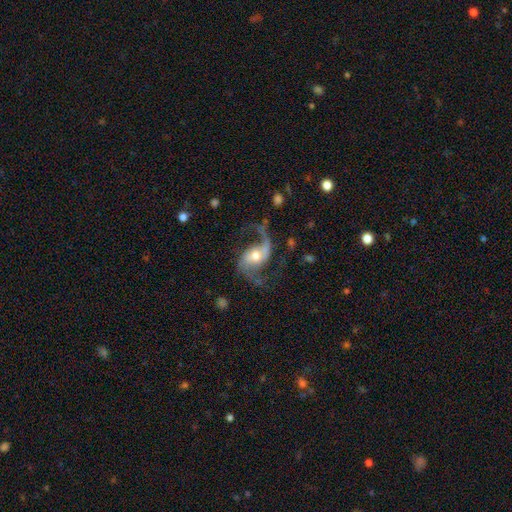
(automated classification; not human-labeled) Smooth or featured: featured or disk — 89% (smooth — 6%)
Edge-on disk: no — 98% (yes — 2%)
Bar: weak — 40% (no — 37%)
Spiral arms: yes — 97% (no — 3%)
Spiral winding: loose — 70% (medium — 26%)
Spiral arm count: 2 — 92% (1 — 3%)
Bulge size: moderate — 64% (small — 26%)
Merging: none — 68% (minor disturbance — 15%)